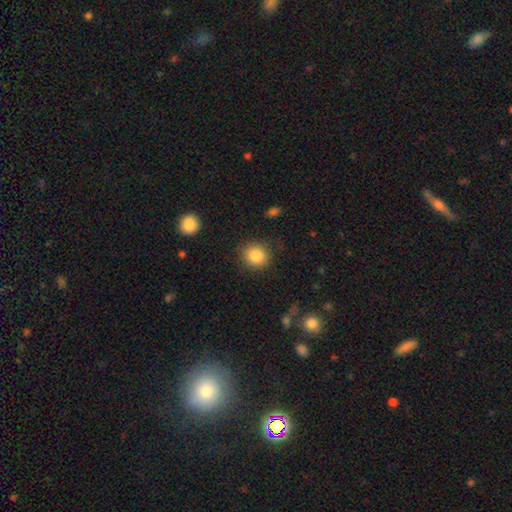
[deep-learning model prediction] Morphology: type=smooth (85%); roundness=round (83%); merging=none (86%).